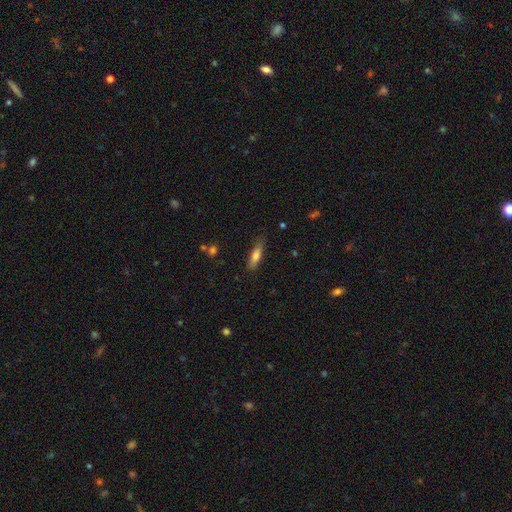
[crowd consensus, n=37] This is likely a smooth galaxy (76%). How rounded: possibly cigar-shaped (54%). Merging: likely none (61%).